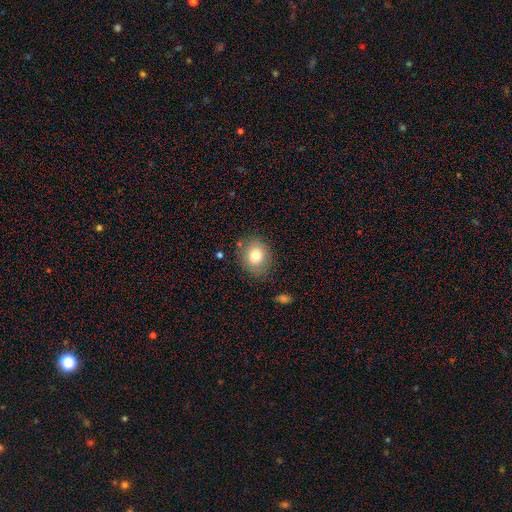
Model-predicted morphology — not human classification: The model was most divided on "how rounded": round: 64%, in between: 35%, cigar-shaped: 1%. More confident: merging — none (82%); smooth or featured — smooth (78%).